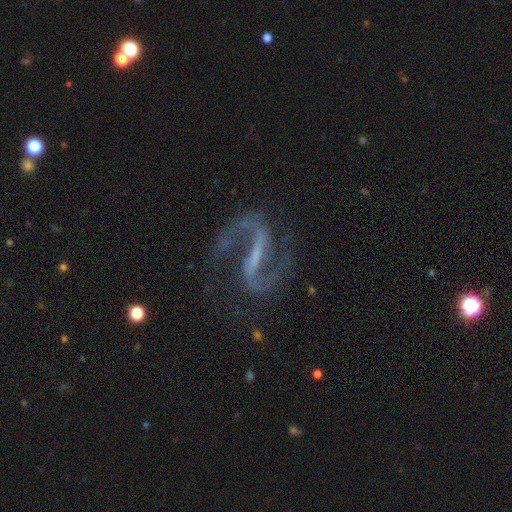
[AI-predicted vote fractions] featured or disk 93%, star or artifact 5%, smooth 2%. Down the decision tree: edge-on disk — no (97%); bar — strong (70%); spiral arms — yes (98%); spiral arm count — 2 (94%); spiral winding — medium (55%); bulge size — small (47%); merging — none (78%).